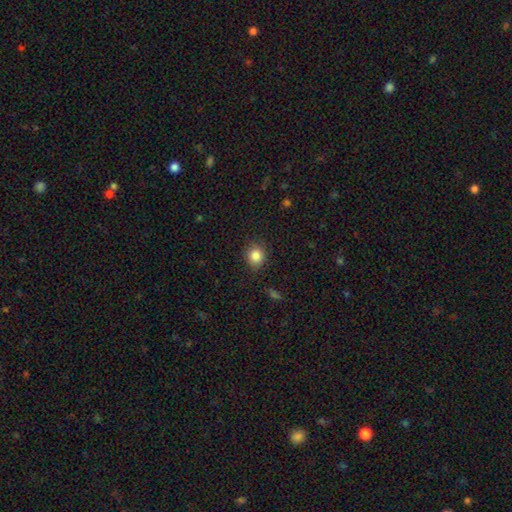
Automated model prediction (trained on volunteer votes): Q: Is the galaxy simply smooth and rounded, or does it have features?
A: smooth — 85%.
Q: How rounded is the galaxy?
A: round — 81%.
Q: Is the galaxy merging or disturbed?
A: none — 86%.